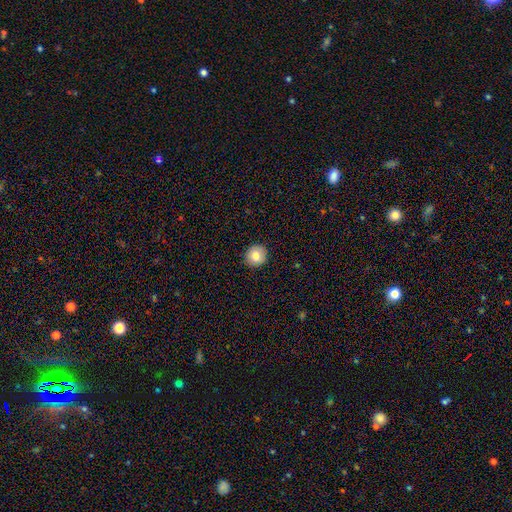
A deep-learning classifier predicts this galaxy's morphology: A smooth galaxy with no disk features (79%) that is round (91%). Merging: none (91%).